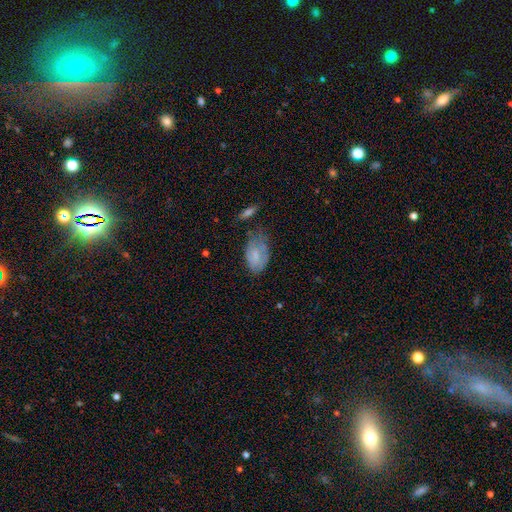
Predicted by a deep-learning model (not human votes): Smooth or featured: smooth — 65% (featured or disk — 27%)
How rounded: in between — 91% (round — 7%)
Merging: none — 41% (minor disturbance — 36%)